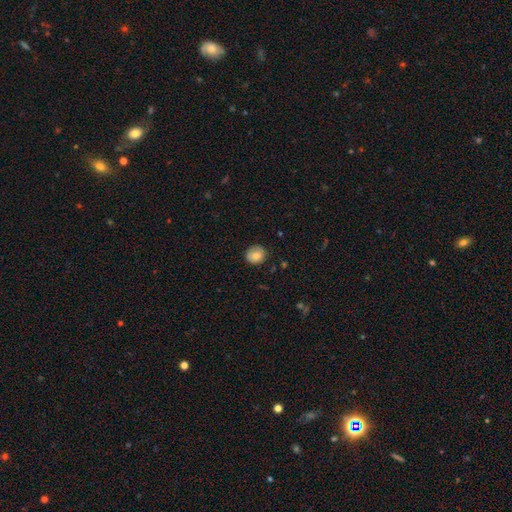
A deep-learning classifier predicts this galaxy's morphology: smooth_or_featured: smooth (p=0.78) [alt: featured or disk p=0.14]
how_rounded: round (p=0.82) [alt: in between p=0.17]
merging: none (p=0.80) [alt: minor disturbance p=0.16]